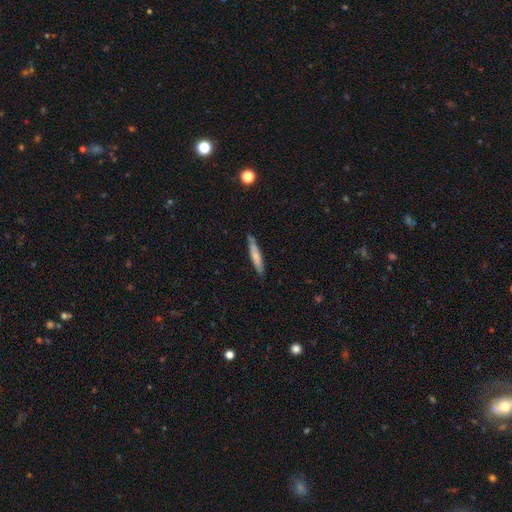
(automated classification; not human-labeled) smooth_or_featured: smooth (p=0.67) [alt: featured or disk p=0.28]
how_rounded: cigar-shaped (p=0.91) [alt: in between p=0.08]
merging: none (p=0.83) [alt: minor disturbance p=0.14]